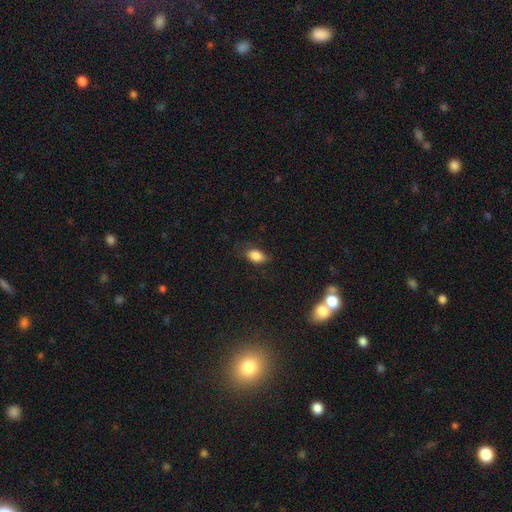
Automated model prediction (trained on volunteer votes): This is clearly a smooth galaxy (84%). How rounded: clearly in between (88%). Merging: likely none (72%).